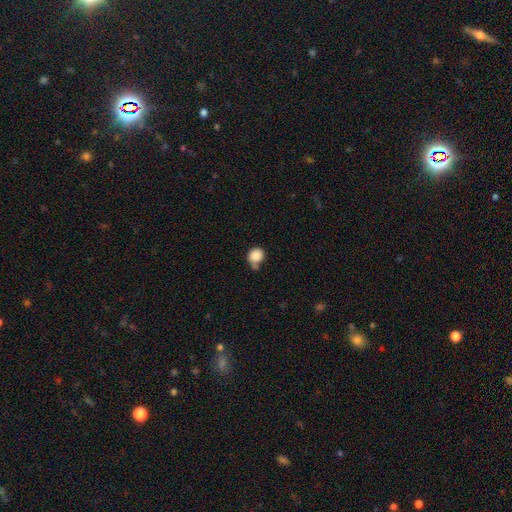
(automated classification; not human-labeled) Smooth or featured? Predicted: smooth (p=0.87). How rounded? Predicted: round (p=0.84). Merging? Predicted: none (p=0.55).